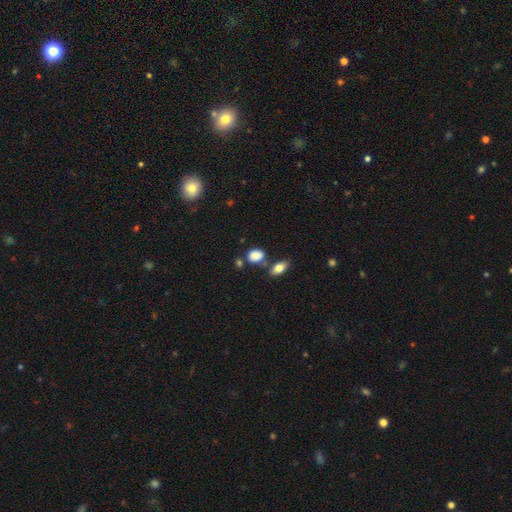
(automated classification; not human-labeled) Smooth or featured: smooth — 85% (star or artifact — 9%)
How rounded: in between — 58% (round — 40%)
Merging: none — 64% (minor disturbance — 16%)